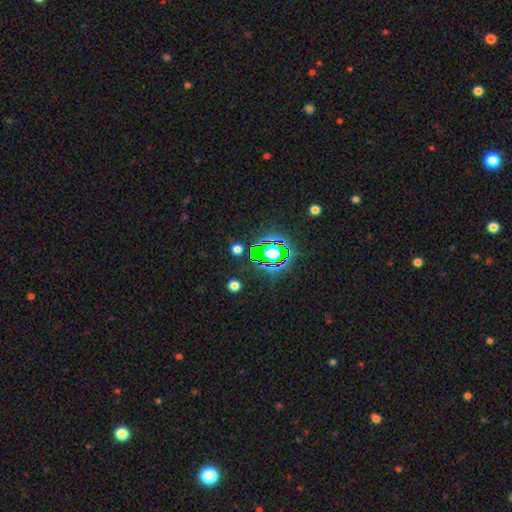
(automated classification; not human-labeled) This appears to be a star or artifact, not a galaxy (72%).